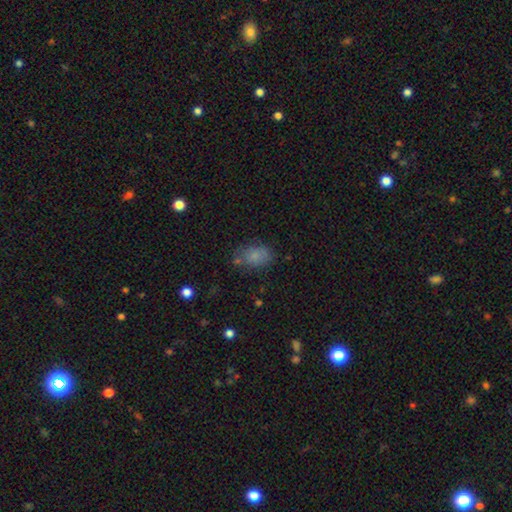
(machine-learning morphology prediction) A smooth galaxy with no disk features (78%) that is in between round and cigar-shaped (84%). Merging: none (65%).